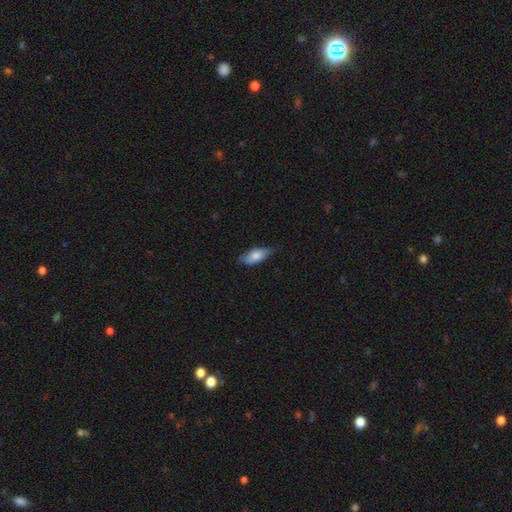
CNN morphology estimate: smooth 76%, featured or disk 18%, star or artifact 6%. Down the decision tree: how rounded — in between (82%); merging — none (70%).